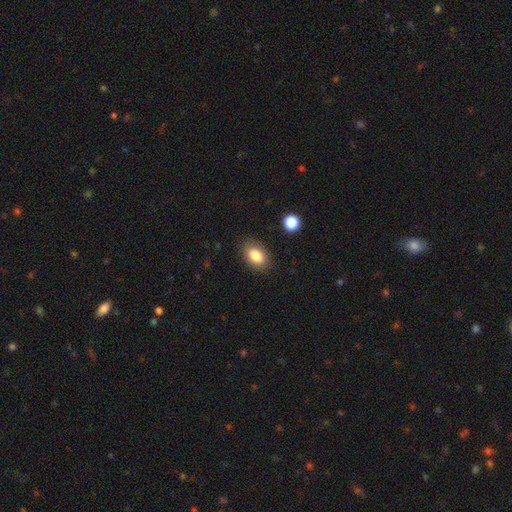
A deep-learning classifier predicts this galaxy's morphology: smooth-or-featured: smooth: 85% | star or artifact: 8% | featured or disk: 7%
  how-rounded: in between: 90% | round: 8% | cigar-shaped: 2%
  merging: none: 84% | minor disturbance: 11% | major disturbance: 3% | merger: 2%